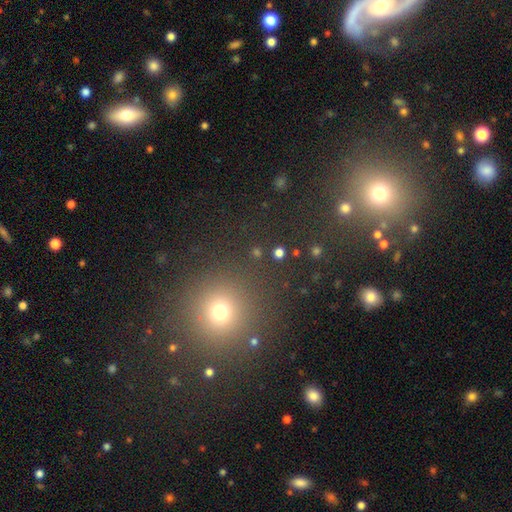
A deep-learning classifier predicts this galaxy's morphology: type=smooth (55%); roundness=round (92%); merging=none (88%).